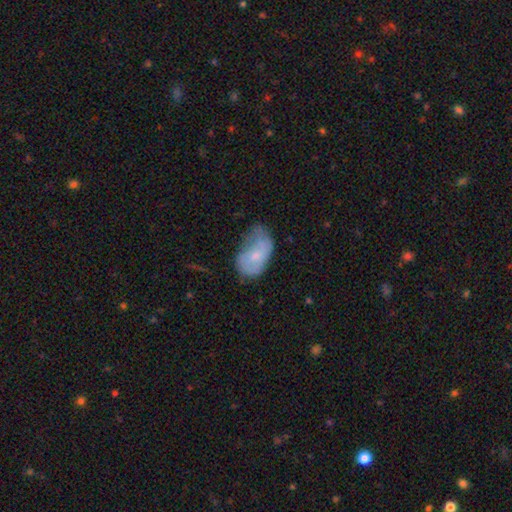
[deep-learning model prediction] smooth 62%, featured or disk 31%, star or artifact 7%. Down the decision tree: how rounded — in between (90%); merging — minor disturbance (43%).